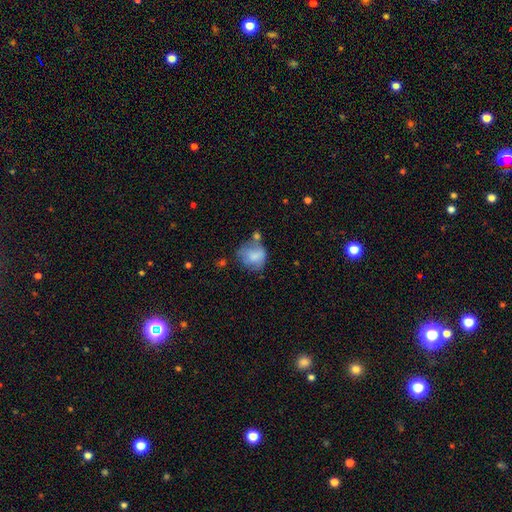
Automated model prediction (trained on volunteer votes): Smooth or featured?
  - smooth: 71% *
  - featured or disk: 20%
  - star or artifact: 8%
How rounded?
  - round: 69% *
  - in between: 30%
  - cigar-shaped: 1%
Merging?
  - none: 39% *
  - minor disturbance: 29%
  - major disturbance: 17%
  - merger: 16%